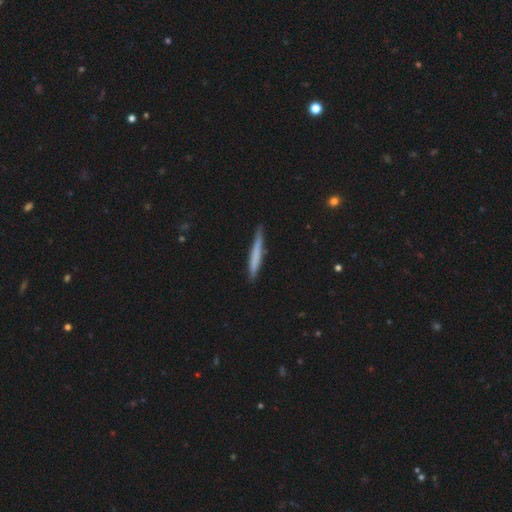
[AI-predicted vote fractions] Smooth or featured? Predicted: smooth (p=0.64). How rounded? Predicted: cigar-shaped (p=0.96). Merging? Predicted: none (p=0.83).